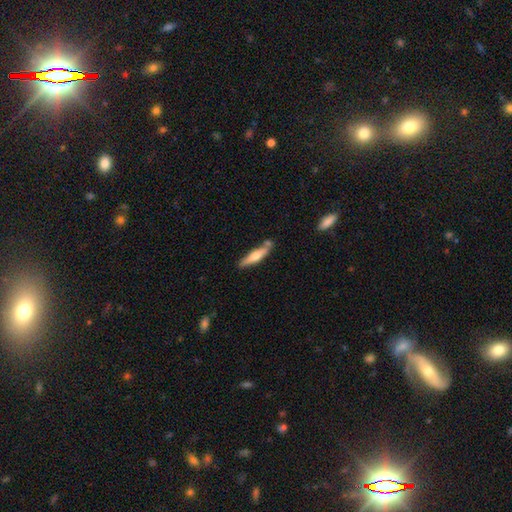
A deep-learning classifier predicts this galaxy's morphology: type=smooth (49%); merging=none (71%).